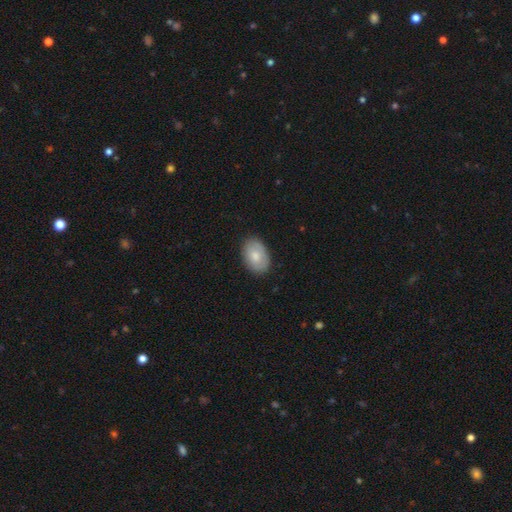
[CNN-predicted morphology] Smooth or featured?
  - smooth: 77% *
  - featured or disk: 17%
  - star or artifact: 6%
How rounded?
  - in between: 85% *
  - round: 14%
  - cigar-shaped: 1%
Merging?
  - none: 85% *
  - minor disturbance: 12%
  - major disturbance: 2%
  - merger: 1%